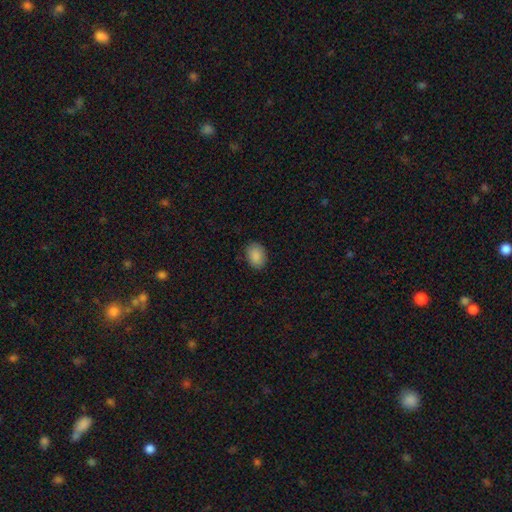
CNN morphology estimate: Smooth or featured? smooth (89%)
How rounded? in between (79%)
Merging? none (86%)